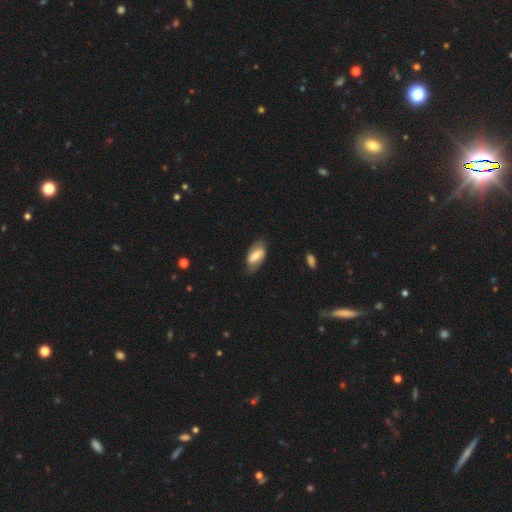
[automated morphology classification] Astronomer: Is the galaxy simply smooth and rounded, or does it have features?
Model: smooth — 50% (runner-up: featured or disk, 44%).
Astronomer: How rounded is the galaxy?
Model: in between — 91%.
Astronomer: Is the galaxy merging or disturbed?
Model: none — 71%.